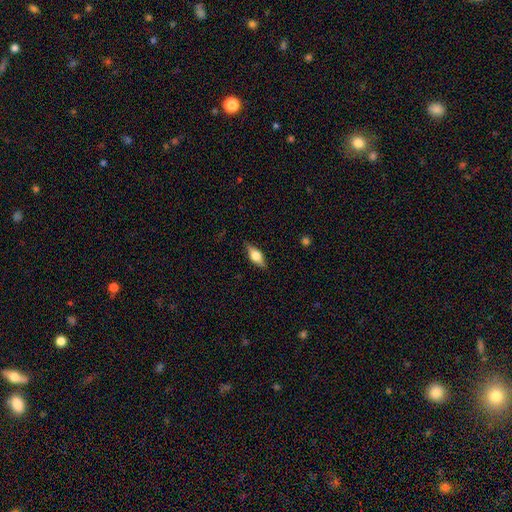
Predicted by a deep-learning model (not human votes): This is possibly a smooth galaxy (48%). Merging: clearly none (85%).